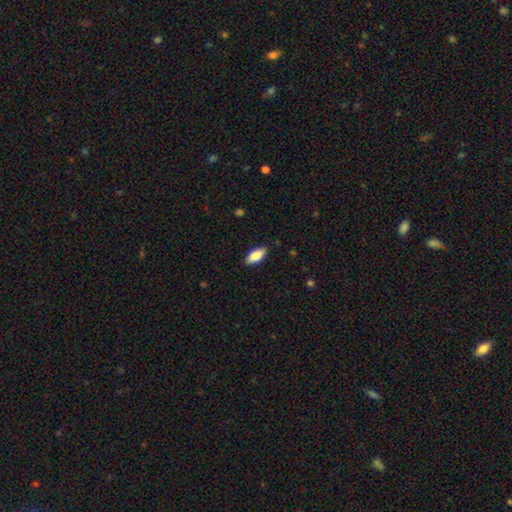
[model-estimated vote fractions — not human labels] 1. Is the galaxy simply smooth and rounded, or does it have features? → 80% smooth, 14% featured or disk, 6% star or artifact.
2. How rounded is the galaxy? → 85% in between, 13% cigar-shaped, 2% round.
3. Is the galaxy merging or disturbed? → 86% none, 11% minor disturbance, 2% major disturbance, 1% merger.